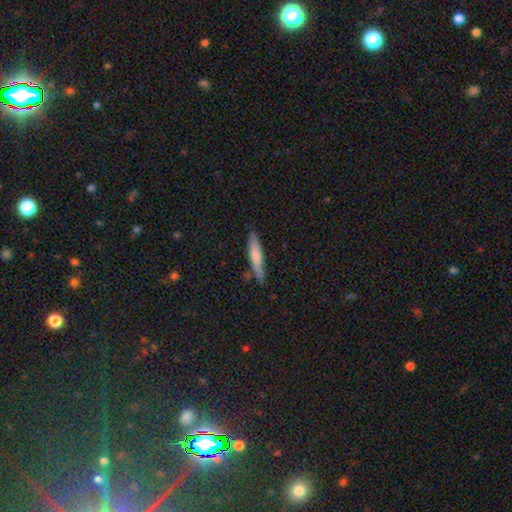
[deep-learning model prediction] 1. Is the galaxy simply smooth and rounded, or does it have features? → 69% smooth, 25% featured or disk, 6% star or artifact.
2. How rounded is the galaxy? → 88% cigar-shaped, 11% in between, 1% round.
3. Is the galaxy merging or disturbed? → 80% none, 15% minor disturbance, 3% merger, 2% major disturbance.